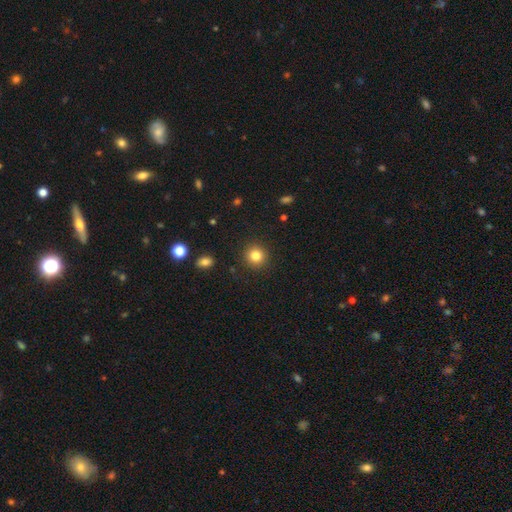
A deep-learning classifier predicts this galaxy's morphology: smooth-or-featured: smooth: 83% | star or artifact: 11% | featured or disk: 6%
  how-rounded: round: 92% | in between: 7% | cigar-shaped: 1%
  merging: none: 91% | minor disturbance: 6% | major disturbance: 2% | merger: 1%